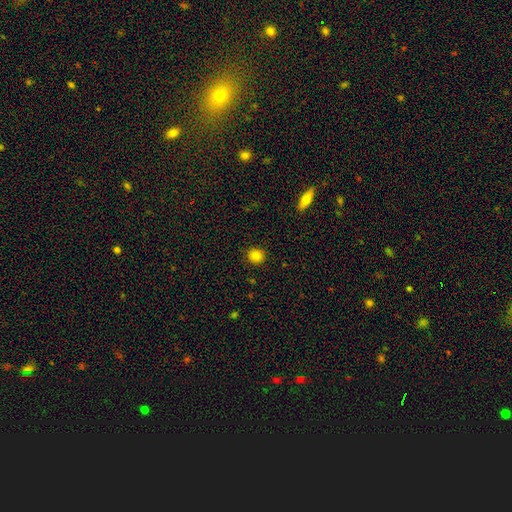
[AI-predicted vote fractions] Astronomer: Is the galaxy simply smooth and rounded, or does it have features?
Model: smooth — 83%.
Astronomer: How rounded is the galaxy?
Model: round — 91%.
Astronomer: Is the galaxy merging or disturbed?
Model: none — 91%.